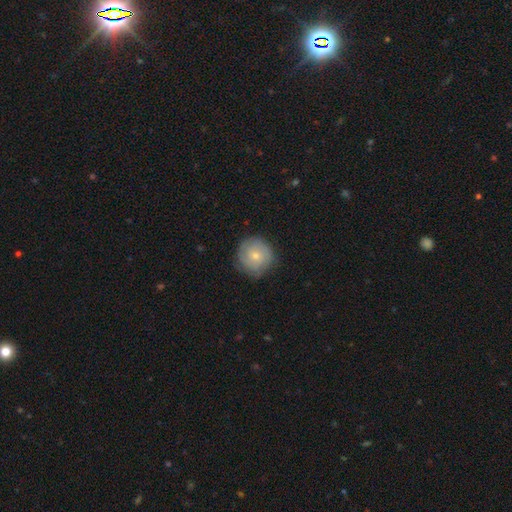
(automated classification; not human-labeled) A featured or disk galaxy (47%).

Vote fractions:
- Smooth or featured? featured or disk: 47% / smooth: 46% / star or artifact: 7%
- Merging? none: 78% / minor disturbance: 16% / major disturbance: 5% / merger: 1%